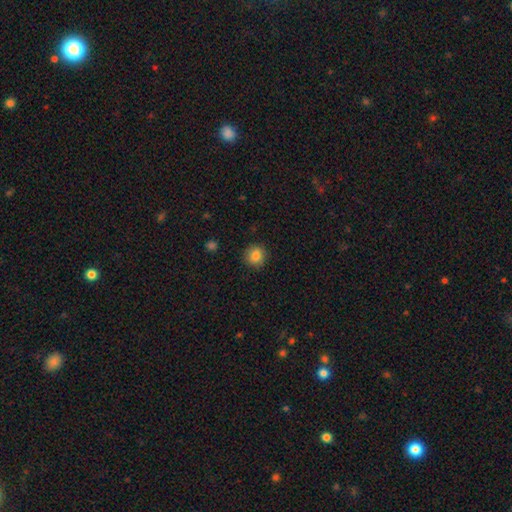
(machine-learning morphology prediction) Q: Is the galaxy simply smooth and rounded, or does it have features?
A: smooth — 84%.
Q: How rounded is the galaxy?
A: round — 92%.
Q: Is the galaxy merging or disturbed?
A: none — 91%.